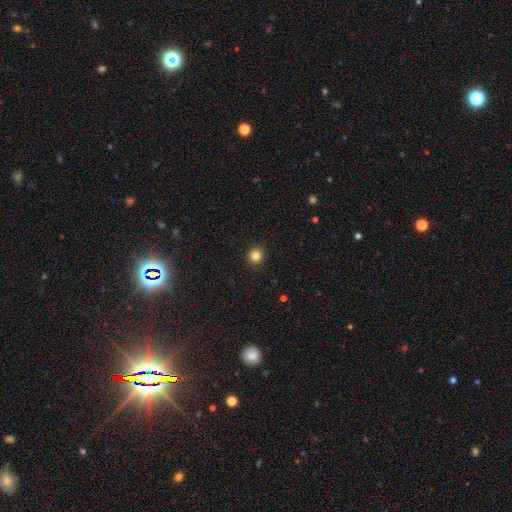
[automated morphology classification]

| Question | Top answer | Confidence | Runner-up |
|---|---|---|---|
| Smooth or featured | smooth | 84% | star or artifact (12%) |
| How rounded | round | 93% | in between (6%) |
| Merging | none | 92% | minor disturbance (5%) |